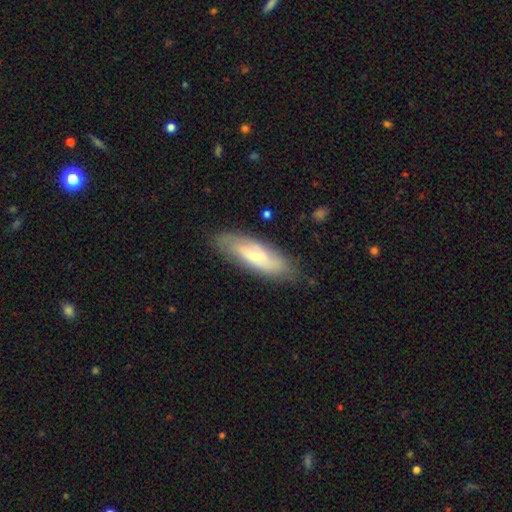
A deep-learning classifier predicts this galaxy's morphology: Smooth or featured? Predicted: smooth (p=0.49). Merging? Predicted: none (p=0.81).